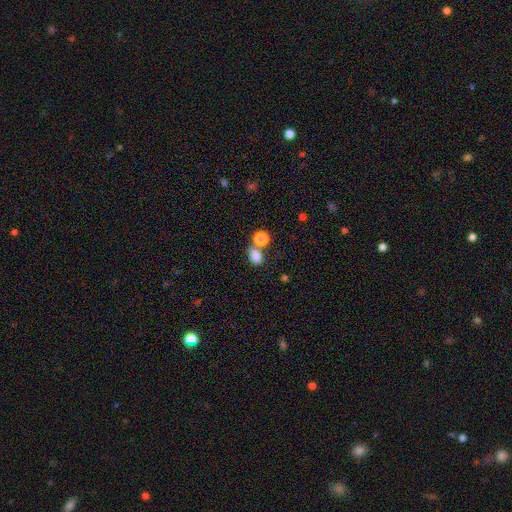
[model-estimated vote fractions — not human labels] smooth-or-featured: smooth: 82% | star or artifact: 11% | featured or disk: 7%
  how-rounded: in between: 63% | round: 36% | cigar-shaped: 1%
  merging: none: 51% | merger: 34% | minor disturbance: 11% | major disturbance: 4%